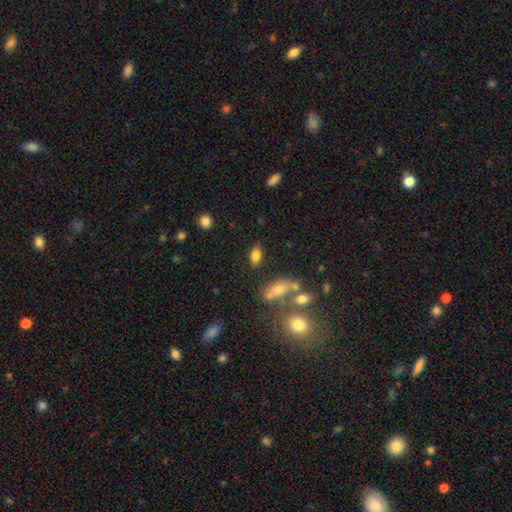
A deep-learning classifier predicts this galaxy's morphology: Smooth or featured? smooth (80%)
How rounded? in between (87%)
Merging? none (74%)